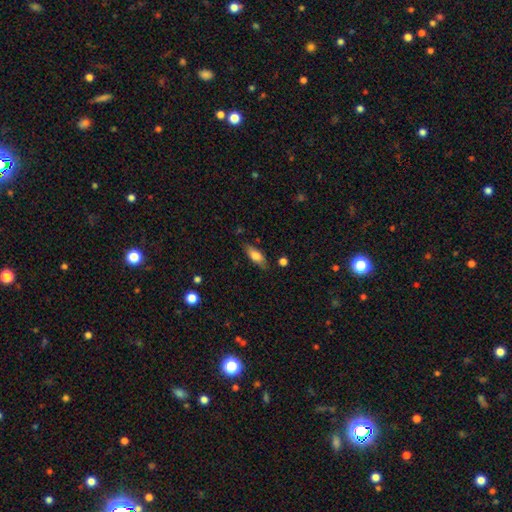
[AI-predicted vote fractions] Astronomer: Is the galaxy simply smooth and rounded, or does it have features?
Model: smooth — 74%.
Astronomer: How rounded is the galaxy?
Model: in between — 69%.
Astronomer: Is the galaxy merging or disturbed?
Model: none — 79%.